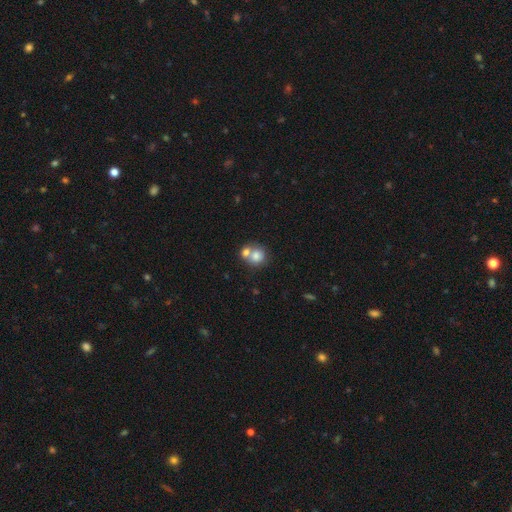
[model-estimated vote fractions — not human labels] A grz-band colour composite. It shows a smooth galaxy with no disk features (76%) that is round (79%). Merging: merger (54%).